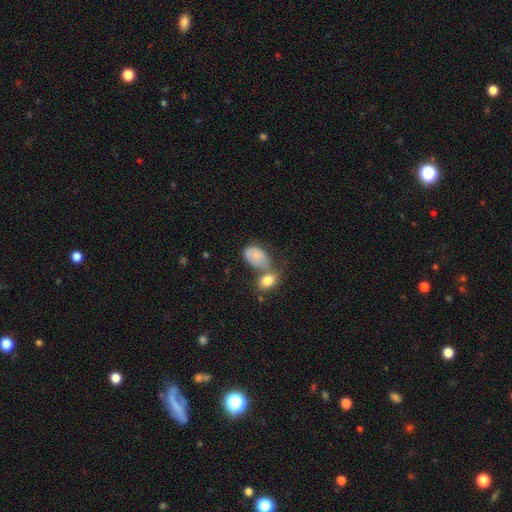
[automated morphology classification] This is likely a smooth galaxy (76%). How rounded: clearly in between (87%). Merging: possibly merger (45%).